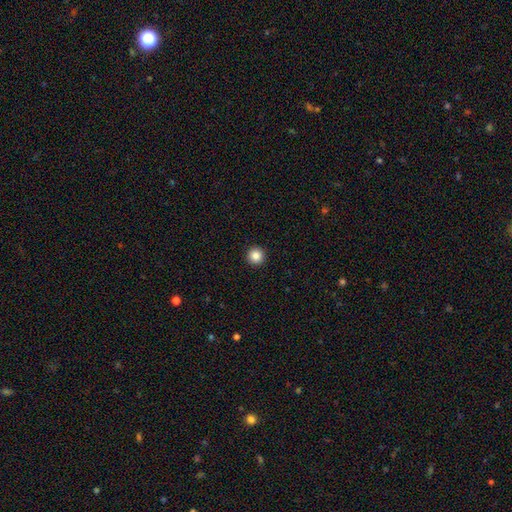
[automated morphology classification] This is clearly a smooth galaxy (86%). How rounded: clearly round (97%). Merging: clearly none (94%).